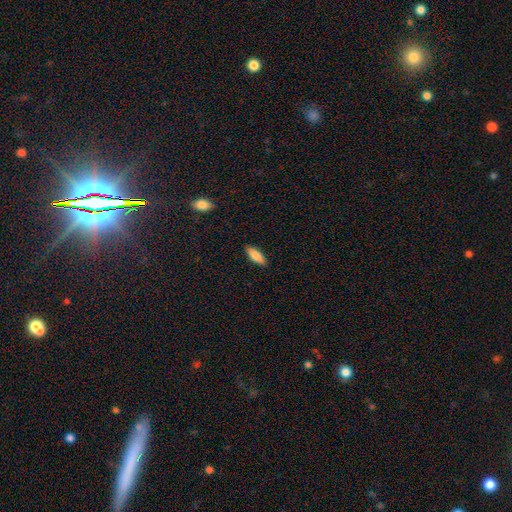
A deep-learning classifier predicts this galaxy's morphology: Smooth or featured? smooth (83%)
How rounded? in between (62%)
Merging? none (88%)